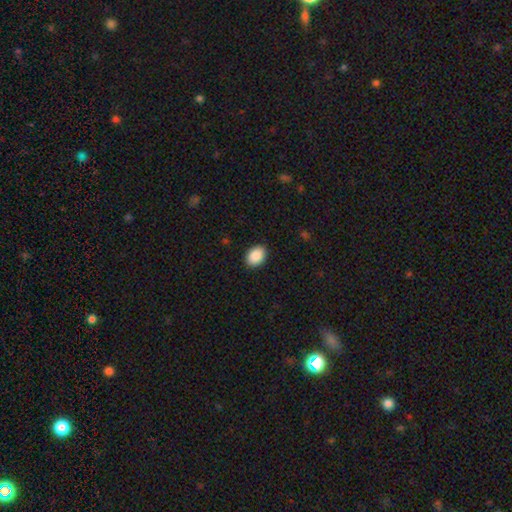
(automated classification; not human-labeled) smooth 89%, star or artifact 7%, featured or disk 3%. Down the decision tree: how rounded — in between (76%); merging — none (90%).